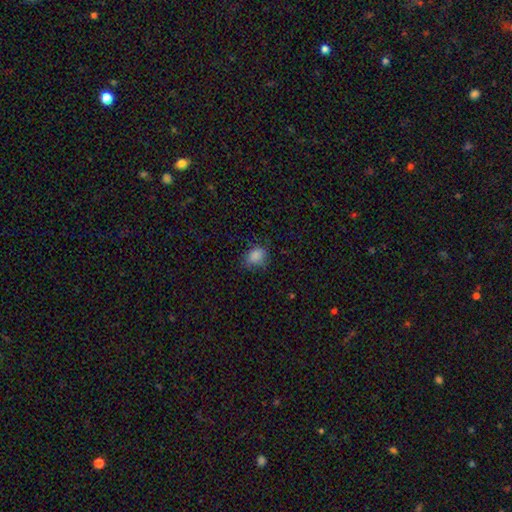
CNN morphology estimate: Q: Smooth or featured?
A: smooth (84%); runner-up: star or artifact (11%)
Q: How rounded?
A: in between (56%); runner-up: round (43%)
Q: Merging?
A: none (70%); runner-up: minor disturbance (22%)